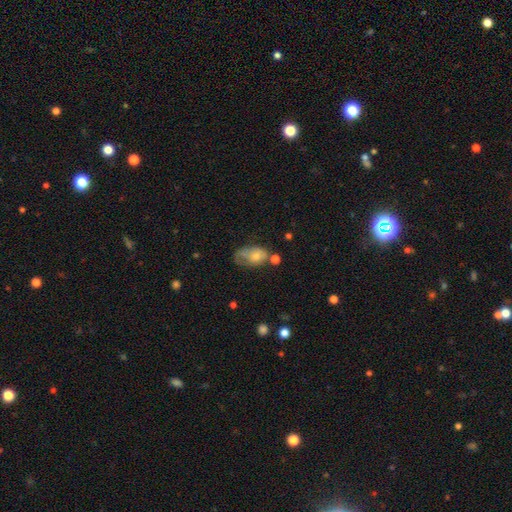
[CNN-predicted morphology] smooth 63%, featured or disk 28%, star or artifact 9%. Down the decision tree: how rounded — in between (86%); merging — minor disturbance (32%).